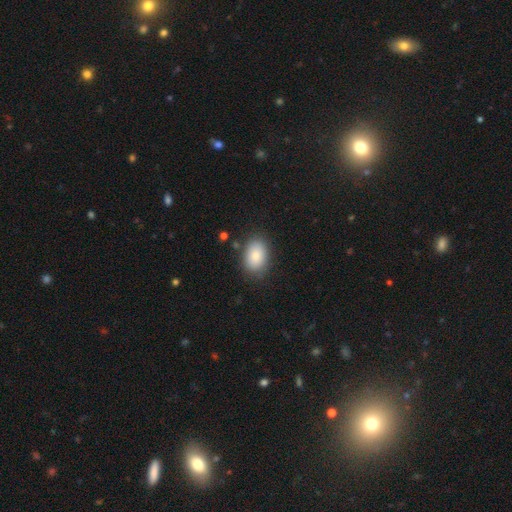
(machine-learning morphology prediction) Smooth or featured? Predicted: smooth (p=0.85). How rounded? Predicted: in between (p=0.84). Merging? Predicted: none (p=0.83).